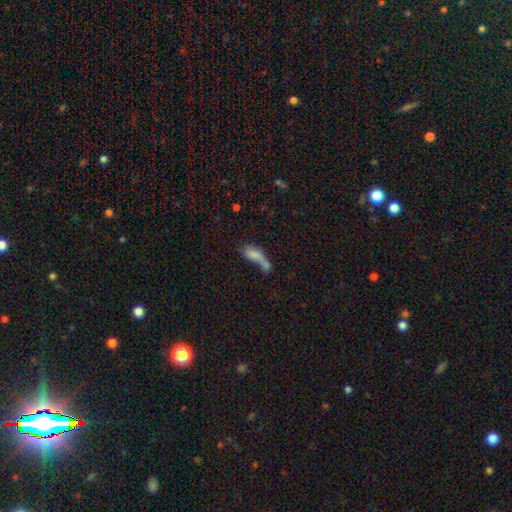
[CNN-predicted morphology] Smooth or featured? smooth (66%)
How rounded? in between (63%)
Merging? merger (47%)